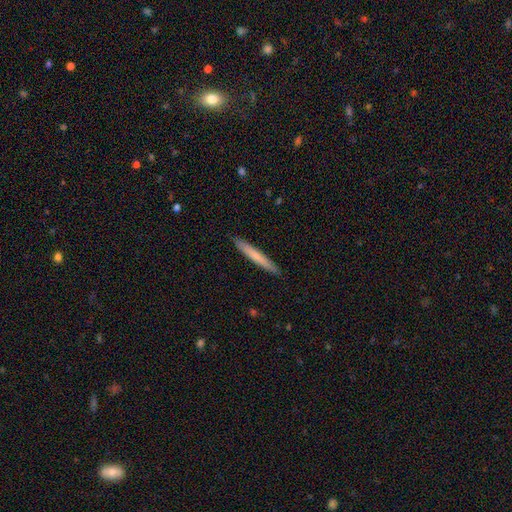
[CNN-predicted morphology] Smooth or featured? smooth (68%)
How rounded? cigar-shaped (96%)
Merging? none (91%)